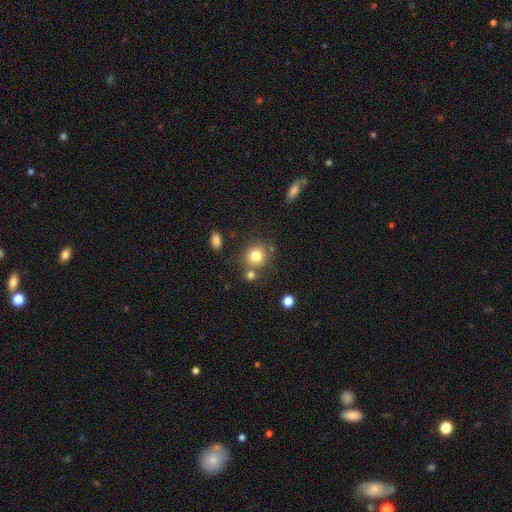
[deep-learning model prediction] Q: Smooth or featured?
A: smooth (79%); runner-up: star or artifact (12%)
Q: How rounded?
A: round (85%); runner-up: in between (14%)
Q: Merging?
A: none (72%); runner-up: merger (14%)